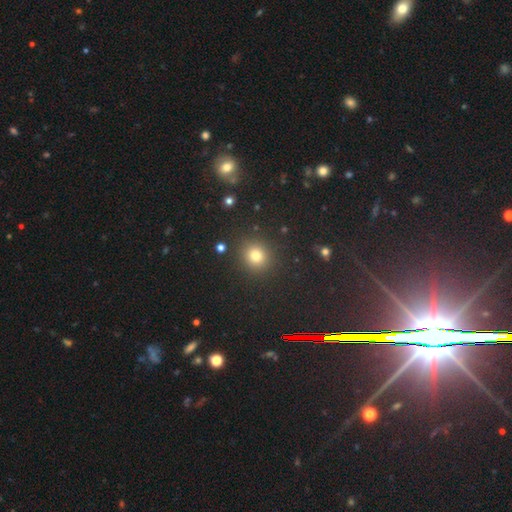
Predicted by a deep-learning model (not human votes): This is likely a smooth galaxy (78%). How rounded: clearly round (87%). Merging: clearly none (88%).